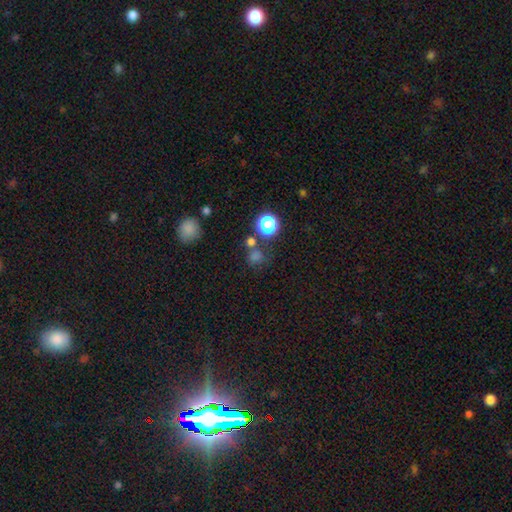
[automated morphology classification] Smooth or featured? Predicted: smooth (p=0.64). How rounded? Predicted: round (p=0.82). Merging? Predicted: none (p=0.63).